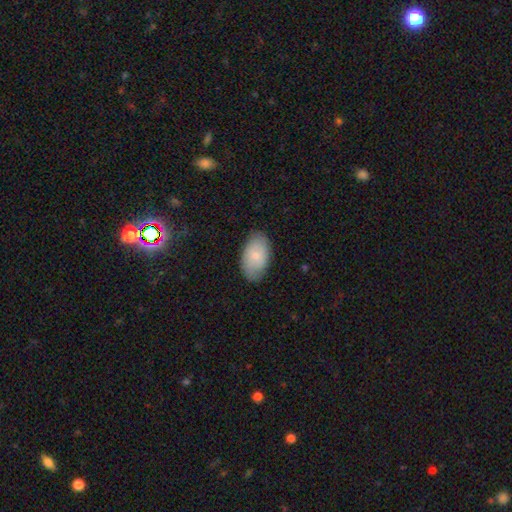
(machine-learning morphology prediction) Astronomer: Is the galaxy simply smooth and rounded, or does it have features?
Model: smooth — 77%.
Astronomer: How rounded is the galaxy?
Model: in between — 94%.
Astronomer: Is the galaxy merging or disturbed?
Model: none — 81%.